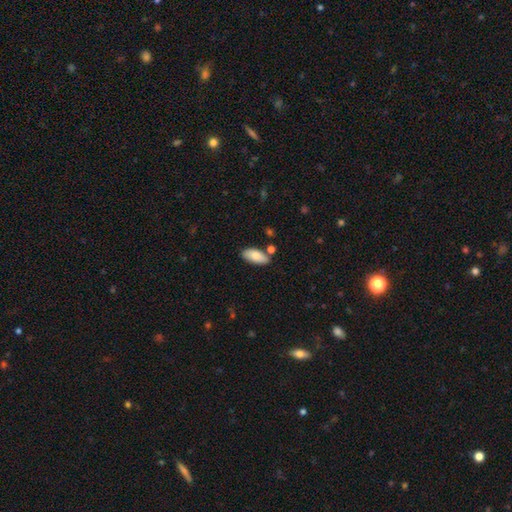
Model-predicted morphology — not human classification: This is clearly a smooth galaxy (83%). How rounded: clearly in between (89%). Merging: likely none (77%).